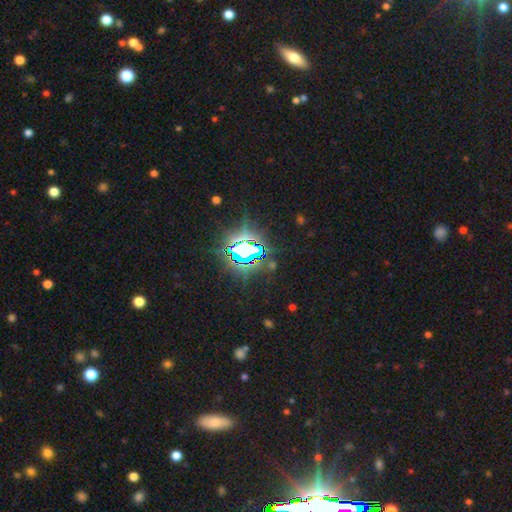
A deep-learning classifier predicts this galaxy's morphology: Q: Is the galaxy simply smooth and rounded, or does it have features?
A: star or artifact — 80%.